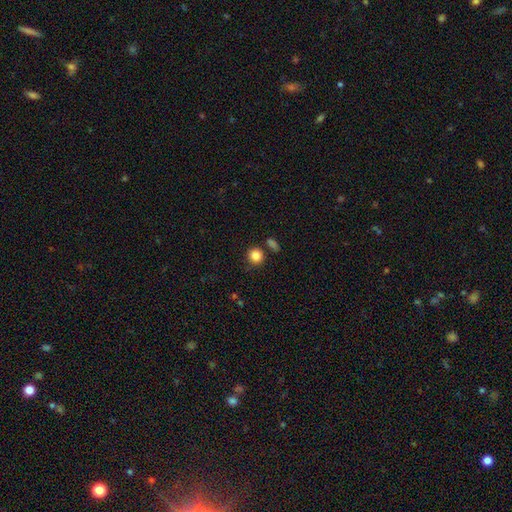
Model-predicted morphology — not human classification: This is clearly a smooth galaxy (86%). How rounded: clearly round (90%). Merging: likely none (80%).